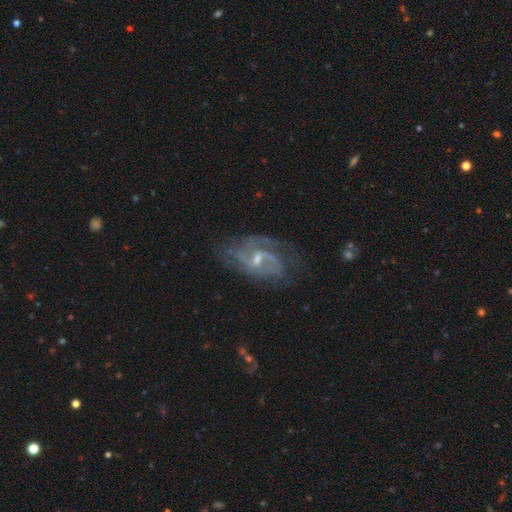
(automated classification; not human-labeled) A featured or disk galaxy (81%) with a weak bar (48%), 2 (50%) medium (45%) spiral arms (95%) and a small central bulge (54%).

Vote fractions:
- Smooth or featured? featured or disk: 81% / star or artifact: 11% / smooth: 8%
- Edge-on disk? no: 96% / yes: 4%
- Bar? weak: 48% / no: 37% / strong: 15%
- Spiral arms? yes: 95% / no: 5%
- Spiral winding? medium: 45% / tight: 41% / loose: 13%
- Spiral arm count? 2: 50% / can't tell: 18% / 3: 17% / 1: 5% / 4: 5% / more than 4: 4%
- Bulge size? small: 54% / moderate: 39% / none: 4% / large: 2% / dominant: 1%
- Merging? none: 71% / minor disturbance: 17% / major disturbance: 10% / merger: 2%